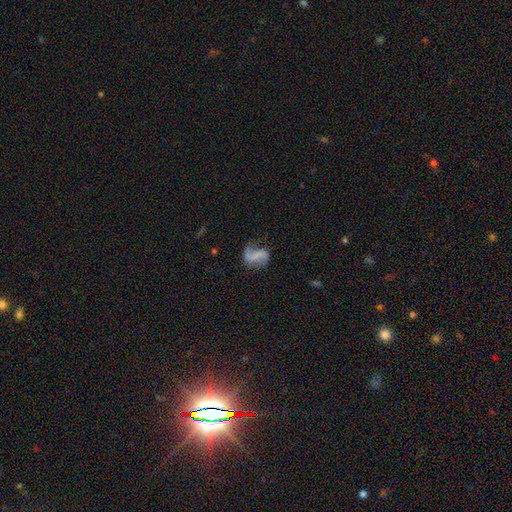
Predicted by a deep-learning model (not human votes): featured or disk 81%, smooth 13%, star or artifact 7%. Down the decision tree: edge-on disk — no (98%); bar — weak (38%); spiral arms — yes (95%); spiral arm count — 2 (88%); spiral winding — loose (63%); bulge size — none (60%); merging — none (72%).